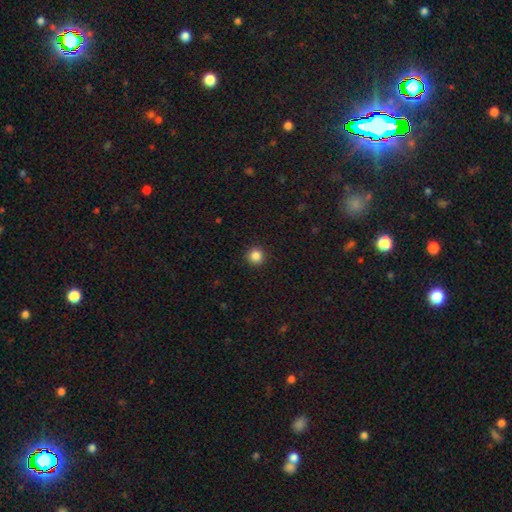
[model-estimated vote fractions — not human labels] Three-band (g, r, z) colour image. It shows a smooth galaxy with no disk features (86%) that is round (95%). Merging: none (93%).